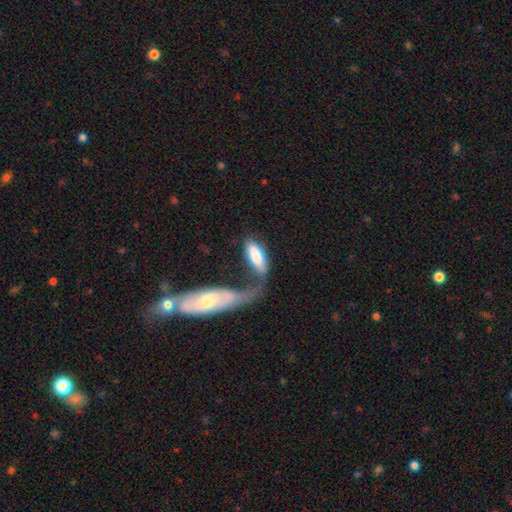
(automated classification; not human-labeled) smooth_or_featured: smooth (p=0.77) [alt: featured or disk p=0.18]
how_rounded: in between (p=0.74) [alt: cigar-shaped p=0.23]
merging: merger (p=0.46) [alt: none p=0.21]